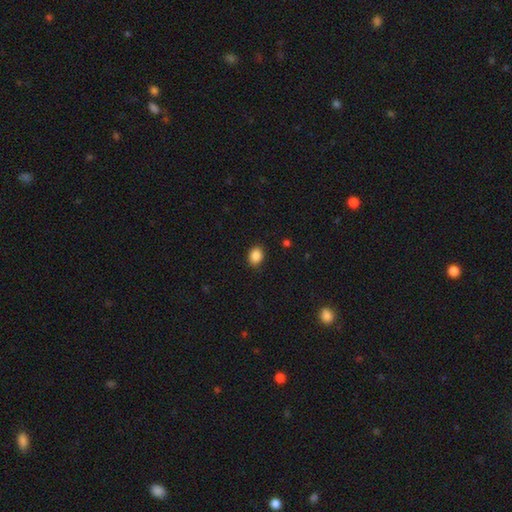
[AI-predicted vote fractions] Q: Smooth or featured?
A: smooth (88%); runner-up: star or artifact (9%)
Q: How rounded?
A: in between (62%); runner-up: round (37%)
Q: Merging?
A: none (89%); runner-up: minor disturbance (8%)